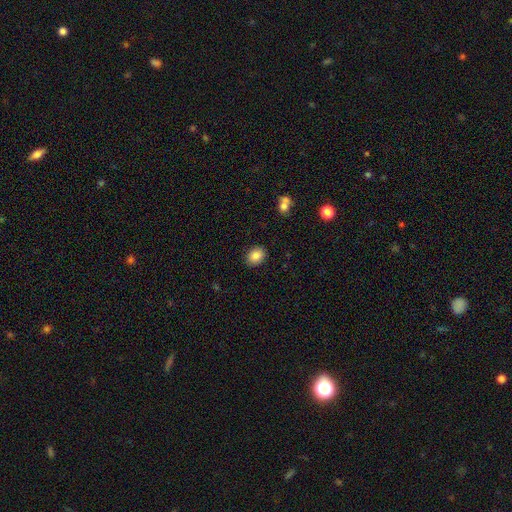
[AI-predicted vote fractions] Smooth or featured? Predicted: smooth (p=0.86). How rounded? Predicted: in between (p=0.61). Merging? Predicted: none (p=0.89).